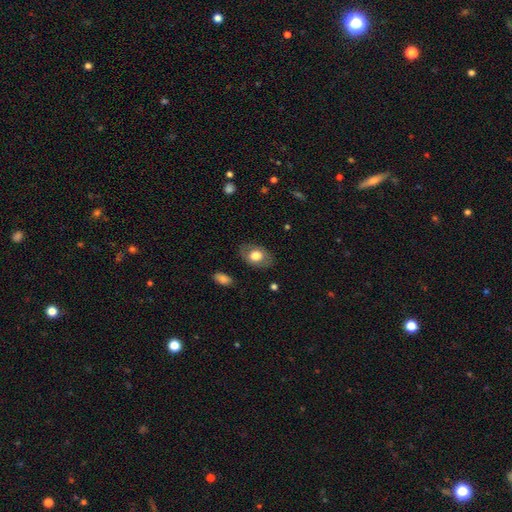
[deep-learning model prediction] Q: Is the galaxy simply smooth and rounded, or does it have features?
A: smooth — 69%.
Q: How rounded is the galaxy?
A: in between — 78%.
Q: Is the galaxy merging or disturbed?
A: none — 80%.